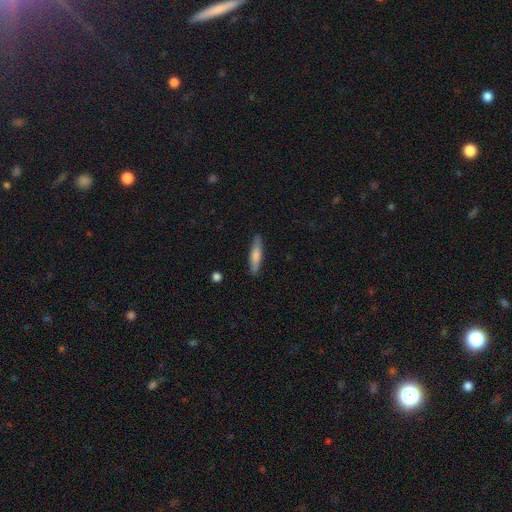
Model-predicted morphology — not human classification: This appears to be a smooth galaxy with no disk features (67%) that is cigar-shaped (83%). Merging: none (87%).